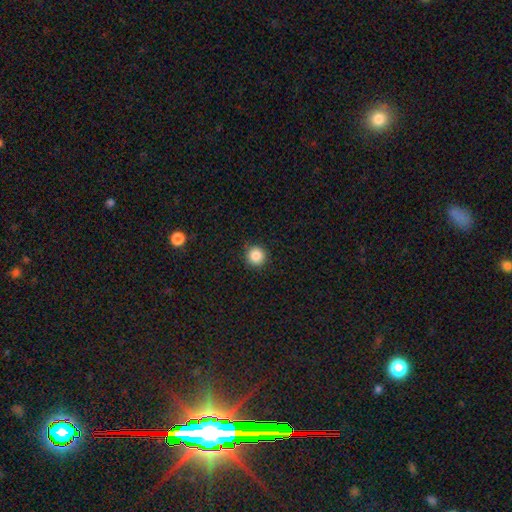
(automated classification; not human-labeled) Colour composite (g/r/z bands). It shows a smooth galaxy with no disk features (86%) that is round (95%). Merging: none (90%).